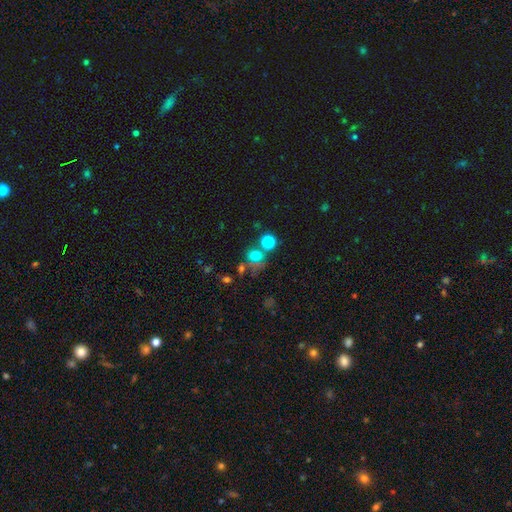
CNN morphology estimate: Smooth or featured? smooth (65%)
How rounded? round (73%)
Merging? none (51%)